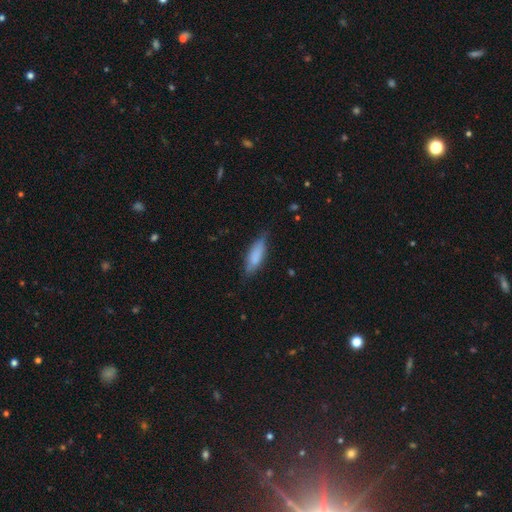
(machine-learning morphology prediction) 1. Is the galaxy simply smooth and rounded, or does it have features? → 80% smooth, 14% featured or disk, 6% star or artifact.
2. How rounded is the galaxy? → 52% in between, 47% cigar-shaped, 2% round.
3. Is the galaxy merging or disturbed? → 75% none, 20% minor disturbance, 4% major disturbance, 1% merger.